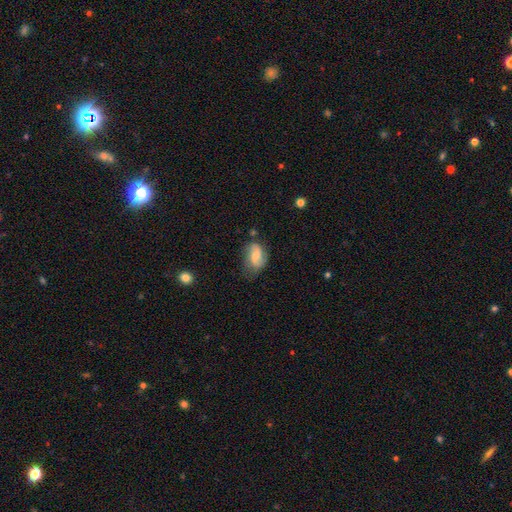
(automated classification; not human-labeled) A featured or disk galaxy (49%). Merging: none (53%).